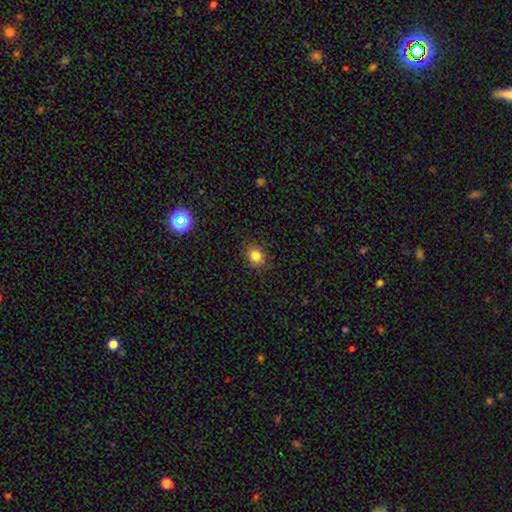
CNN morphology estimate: A smooth galaxy with no disk features (83%) that is round (69%).

Vote fractions:
- Smooth or featured? smooth: 83% / star or artifact: 12% / featured or disk: 5%
- How rounded? round: 69% / in between: 30% / cigar-shaped: 1%
- Merging? none: 88% / minor disturbance: 9% / major disturbance: 2% / merger: 1%